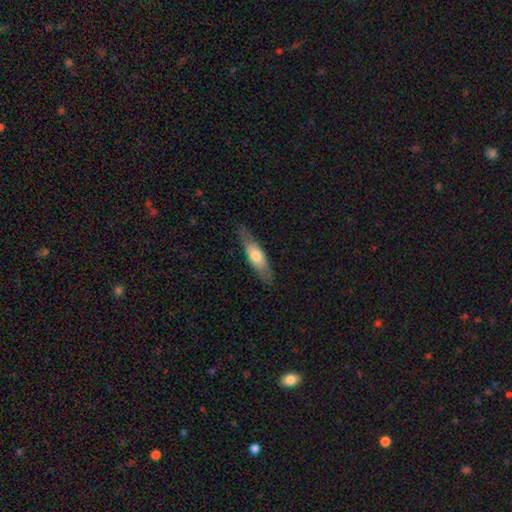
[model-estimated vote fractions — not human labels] This is possibly a smooth galaxy (57%). How rounded: possibly cigar-shaped (58%). Merging: likely none (80%).